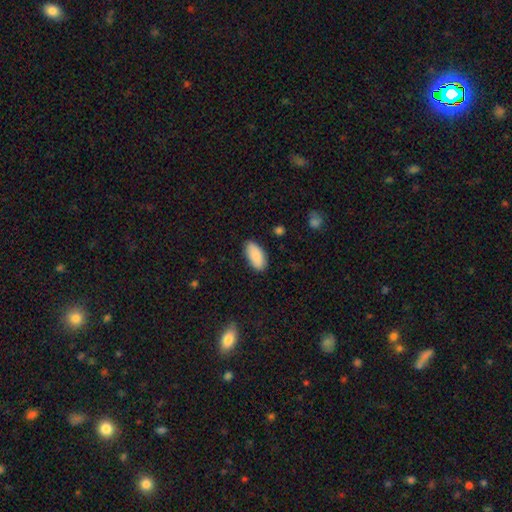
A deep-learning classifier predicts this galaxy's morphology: This appears to be a smooth galaxy with no disk features (89%) that is in between round and cigar-shaped (92%). Merging: none (85%).